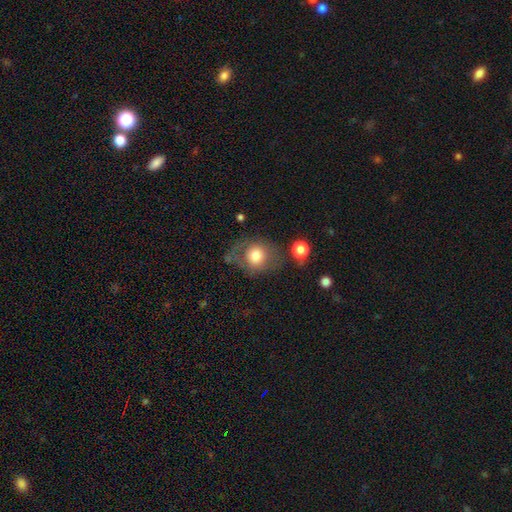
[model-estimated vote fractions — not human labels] A smooth galaxy with no disk features (73%) that is round (78%).

Vote fractions:
- Smooth or featured? smooth: 73% / featured or disk: 18% / star or artifact: 9%
- How rounded? round: 78% / in between: 21% / cigar-shaped: 1%
- Merging? none: 52% / minor disturbance: 22% / major disturbance: 19% / merger: 7%